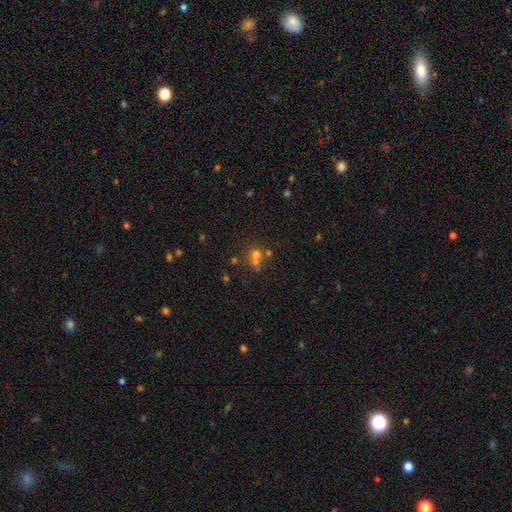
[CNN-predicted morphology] Smooth or featured? smooth (52%)
How rounded? round (81%)
Merging? none (47%)